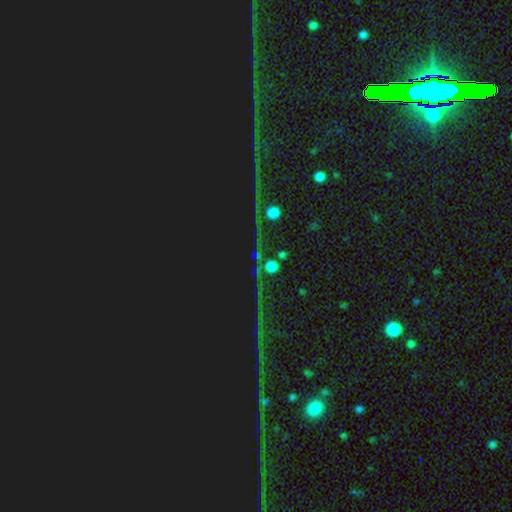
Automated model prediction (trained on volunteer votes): star or artifact 72%, smooth 17%, featured or disk 11%.